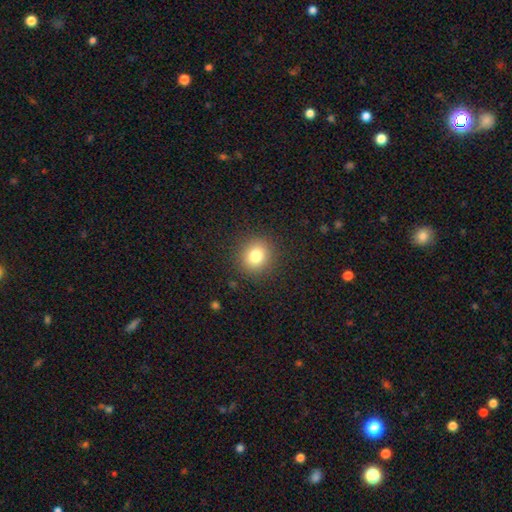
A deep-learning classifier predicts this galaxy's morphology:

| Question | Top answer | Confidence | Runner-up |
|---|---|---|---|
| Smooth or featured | smooth | 80% | star or artifact (12%) |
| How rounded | round | 86% | in between (13%) |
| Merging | none | 90% | minor disturbance (6%) |